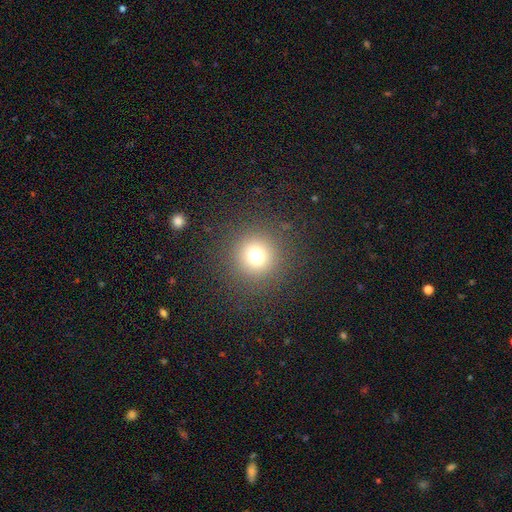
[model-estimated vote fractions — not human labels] smooth-or-featured: smooth: 72% | star or artifact: 19% | featured or disk: 9%
  how-rounded: round: 94% | in between: 5% | cigar-shaped: 1%
  merging: none: 89% | minor disturbance: 6% | major disturbance: 4% | merger: 1%